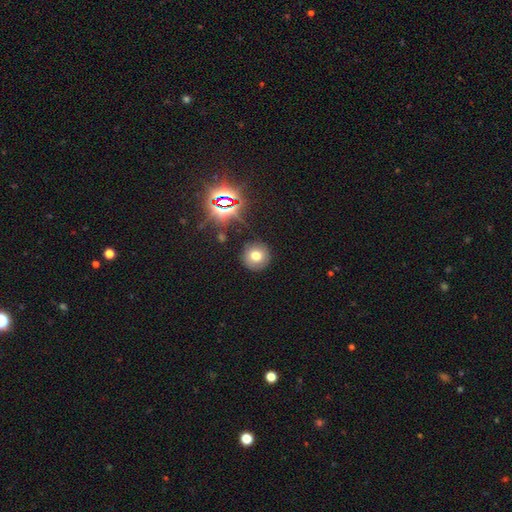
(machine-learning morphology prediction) Smooth or featured?
  - smooth: 69% *
  - star or artifact: 19%
  - featured or disk: 12%
How rounded?
  - round: 93% *
  - in between: 6%
  - cigar-shaped: 1%
Merging?
  - none: 88% *
  - minor disturbance: 8%
  - major disturbance: 3%
  - merger: 2%